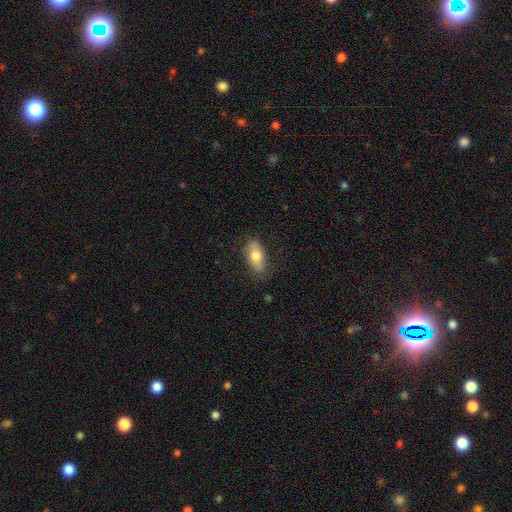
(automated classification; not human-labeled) Smooth or featured? Predicted: smooth (p=0.73). How rounded? Predicted: in between (p=0.88). Merging? Predicted: none (p=0.81).